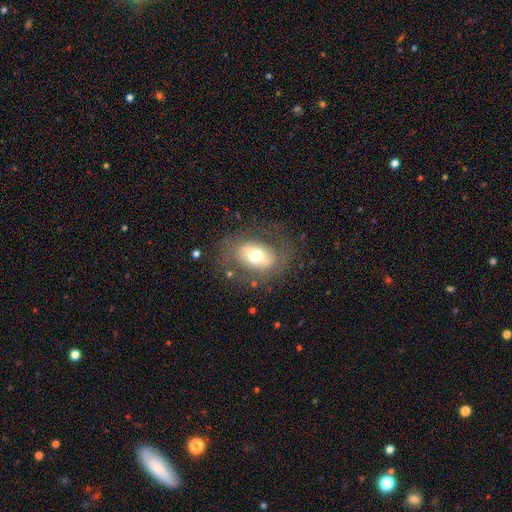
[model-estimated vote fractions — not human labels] This appears to be a smooth galaxy with no disk features (52%) that is in between round and cigar-shaped (75%). Merging: none (71%).